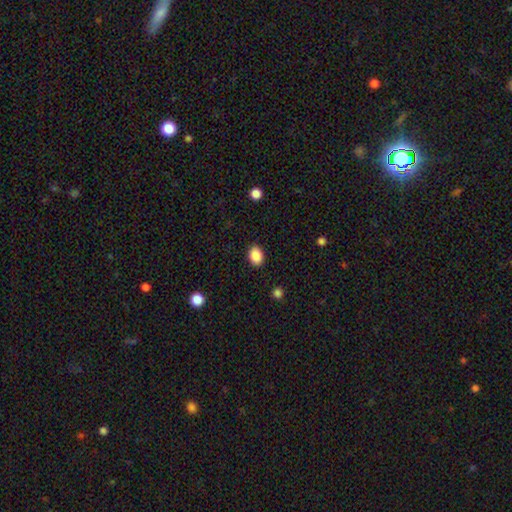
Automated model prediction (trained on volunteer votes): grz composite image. It shows a smooth galaxy with no disk features (89%) that is in between round and cigar-shaped (71%). Merging: none (89%).